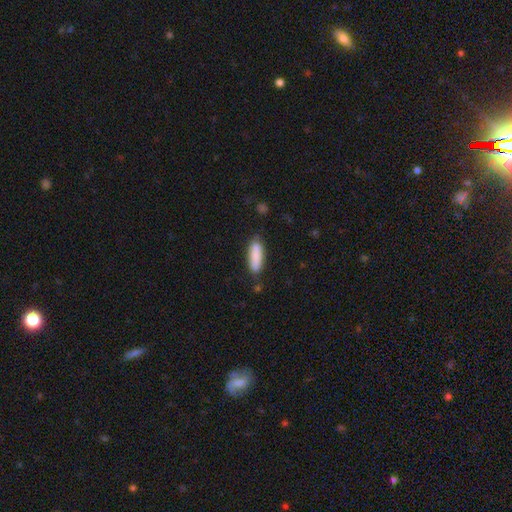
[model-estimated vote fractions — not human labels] Morphology: type=smooth (84%); roundness=in between (55%); merging=none (75%).